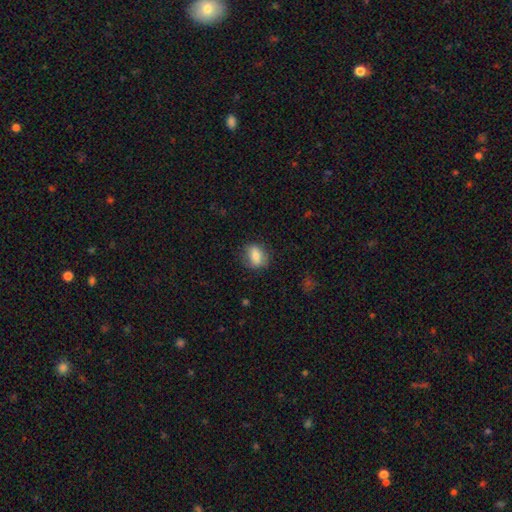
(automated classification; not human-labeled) Morphology: type=smooth (76%); roundness=in between (65%); merging=none (78%).